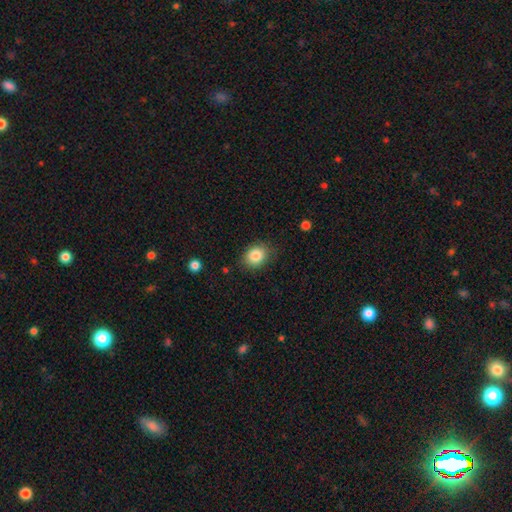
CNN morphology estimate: smooth_or_featured: smooth (p=0.84) [alt: star or artifact p=0.09]
how_rounded: round (p=0.53) [alt: in between p=0.46]
merging: none (p=0.81) [alt: minor disturbance p=0.14]